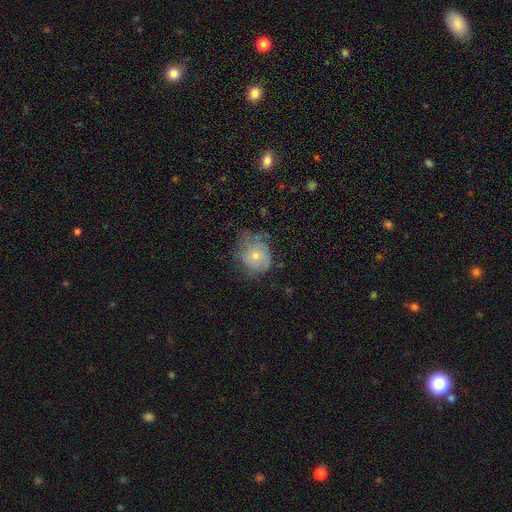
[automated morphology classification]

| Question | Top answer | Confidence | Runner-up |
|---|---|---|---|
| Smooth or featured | smooth | 59% | featured or disk (32%) |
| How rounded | round | 69% | in between (30%) |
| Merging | none | 40% | minor disturbance (35%) |